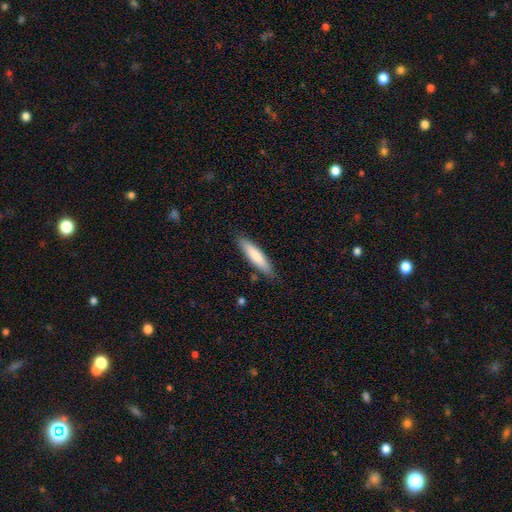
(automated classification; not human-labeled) This is likely a smooth galaxy (79%). How rounded: likely cigar-shaped (79%). Merging: clearly none (85%).